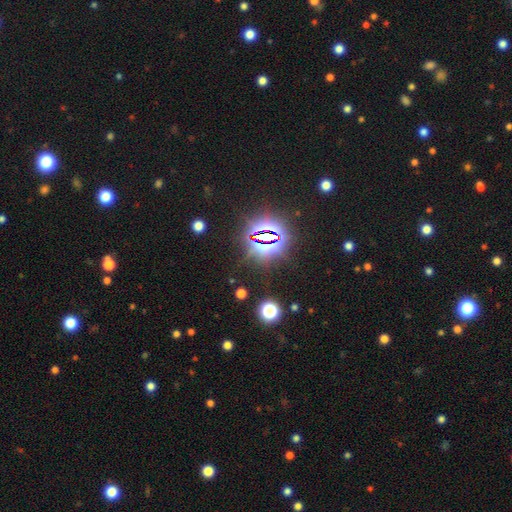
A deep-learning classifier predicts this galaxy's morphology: This is clearly a star or artifact rather than a galaxy (83%).